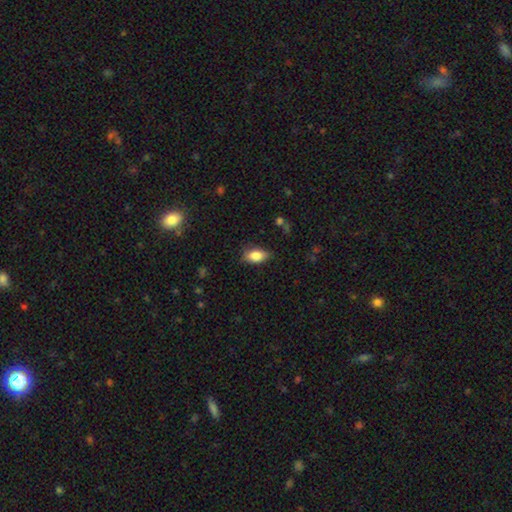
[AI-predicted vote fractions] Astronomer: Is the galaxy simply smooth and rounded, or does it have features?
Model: smooth — 85%.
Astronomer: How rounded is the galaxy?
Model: in between — 90%.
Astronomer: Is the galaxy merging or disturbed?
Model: none — 75%.